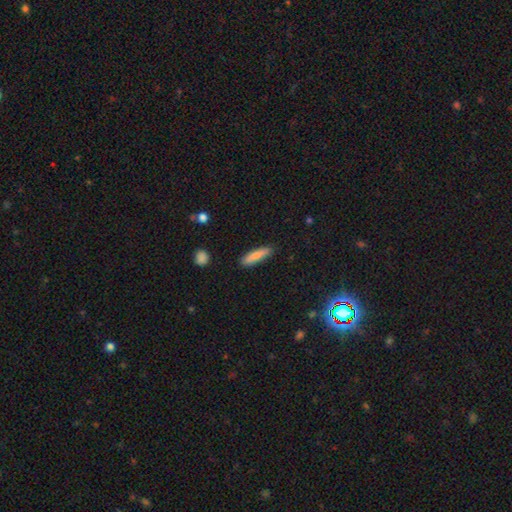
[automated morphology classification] smooth_or_featured: smooth (p=0.83) [alt: featured or disk p=0.10]
how_rounded: cigar-shaped (p=0.77) [alt: in between p=0.22]
merging: none (p=0.85) [alt: minor disturbance p=0.11]